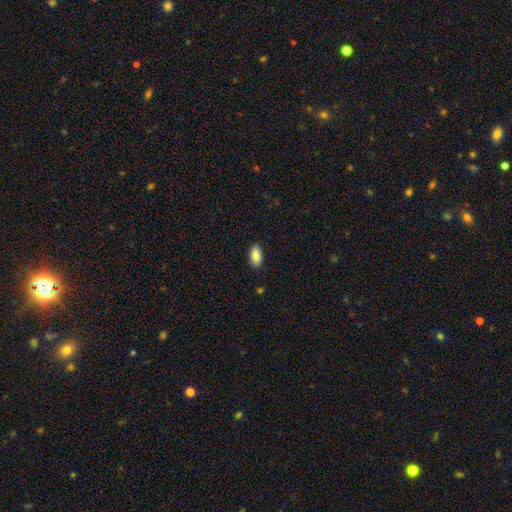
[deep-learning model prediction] A smooth galaxy with no disk features (89%) that is in between round and cigar-shaped (94%).

Vote fractions:
- Smooth or featured? smooth: 89% / star or artifact: 7% / featured or disk: 4%
- How rounded? in between: 94% / cigar-shaped: 3% / round: 3%
- Merging? none: 88% / minor disturbance: 9% / major disturbance: 2% / merger: 1%